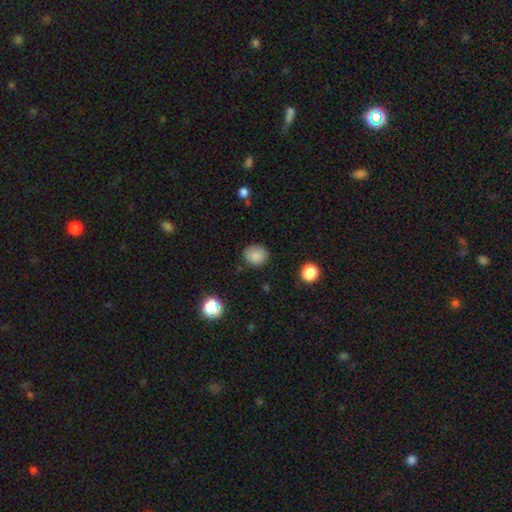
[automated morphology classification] smooth 84%, star or artifact 11%, featured or disk 5%. Down the decision tree: how rounded — round (75%); merging — none (82%).